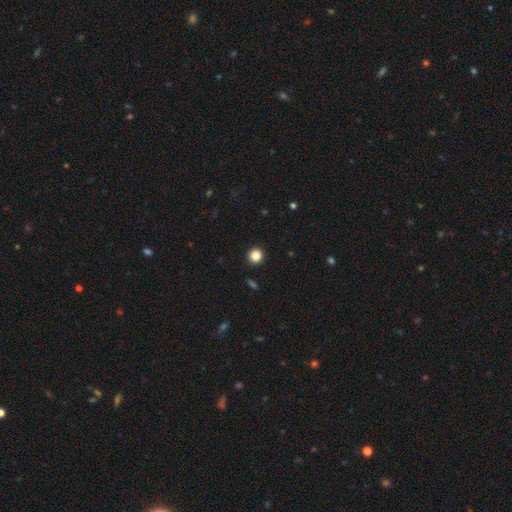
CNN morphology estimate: smooth_or_featured: smooth (p=0.86) [alt: star or artifact p=0.11]
how_rounded: round (p=0.93) [alt: in between p=0.06]
merging: none (p=0.93) [alt: minor disturbance p=0.05]